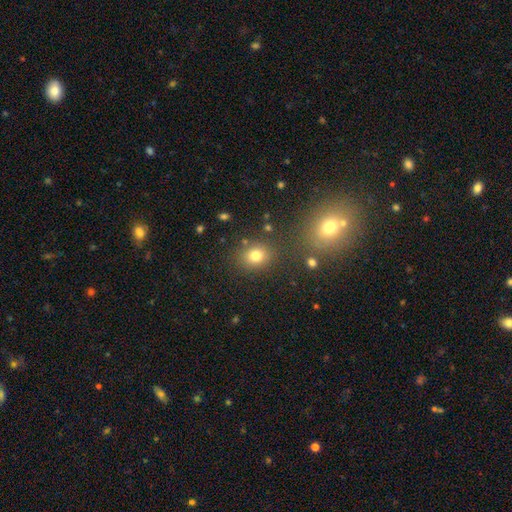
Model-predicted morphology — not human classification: smooth_or_featured: smooth (p=0.77) [alt: star or artifact p=0.15]
how_rounded: round (p=0.64) [alt: in between p=0.35]
merging: none (p=0.79) [alt: minor disturbance p=0.10]